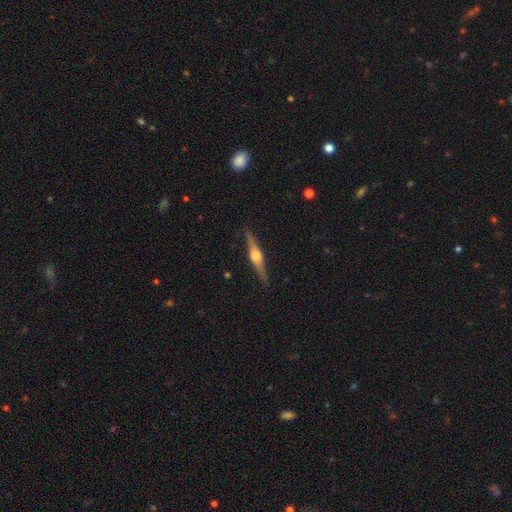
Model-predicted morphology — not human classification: Smooth or featured? featured or disk (76%)
Edge-on disk? yes (98%)
Edge-on bulge? rounded (92%)
Merging? none (89%)